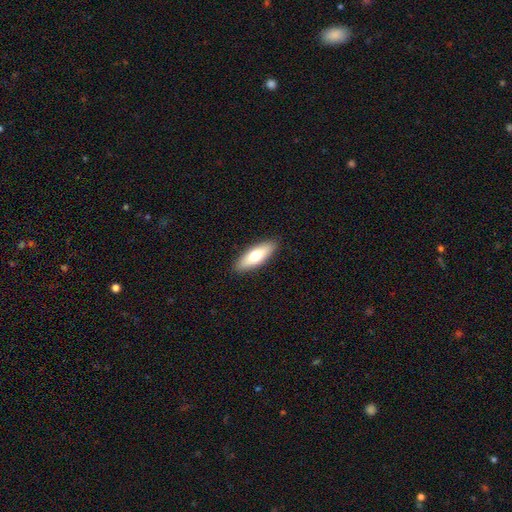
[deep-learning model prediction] smooth 68%, featured or disk 27%, star or artifact 6%. Down the decision tree: how rounded — in between (64%); merging — none (90%).